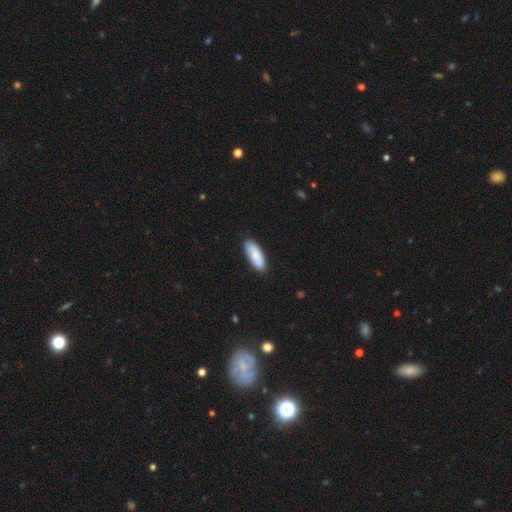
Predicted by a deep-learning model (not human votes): Smooth or featured?
  - smooth: 80% *
  - featured or disk: 14%
  - star or artifact: 5%
How rounded?
  - in between: 77% *
  - cigar-shaped: 21%
  - round: 2%
Merging?
  - none: 86% *
  - minor disturbance: 11%
  - major disturbance: 2%
  - merger: 1%